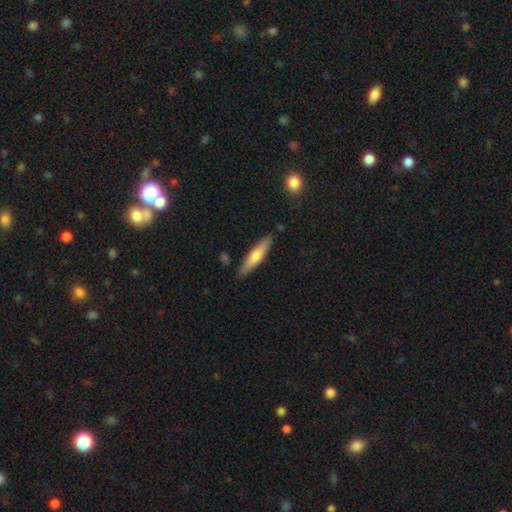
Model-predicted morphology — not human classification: The model was most divided on "smooth or featured": smooth: 58%, featured or disk: 36%, star or artifact: 6%. More confident: merging — none (87%); how rounded — cigar-shaped (81%).